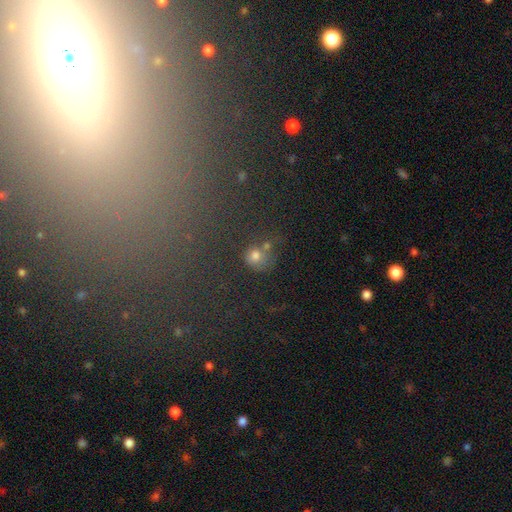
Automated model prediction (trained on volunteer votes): smooth 68%, star or artifact 21%, featured or disk 10%. Down the decision tree: how rounded — round (86%); merging — none (61%).